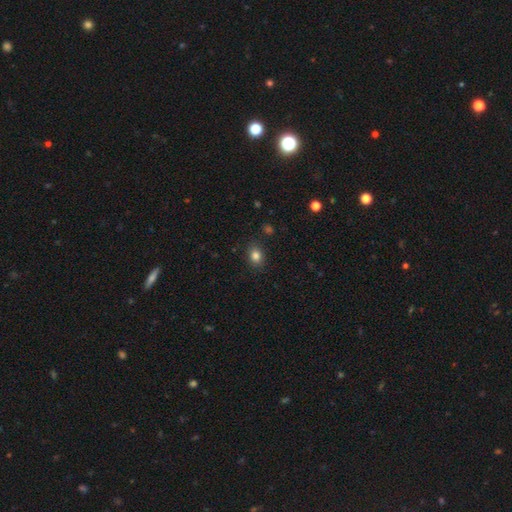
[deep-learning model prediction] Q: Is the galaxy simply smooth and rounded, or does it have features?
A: smooth — 83%.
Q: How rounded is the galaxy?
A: in between — 54%.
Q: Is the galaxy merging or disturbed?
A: none — 86%.